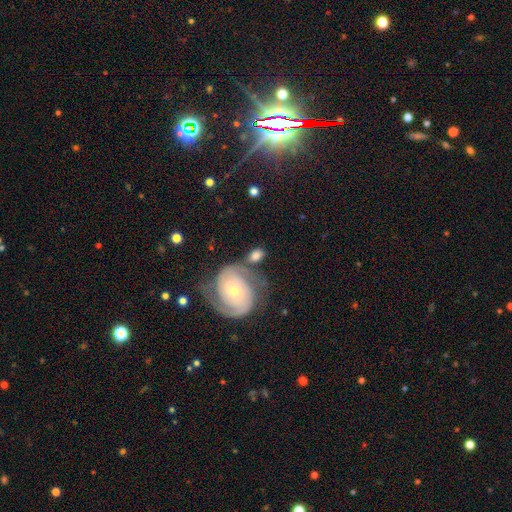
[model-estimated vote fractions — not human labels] Smooth or featured? featured or disk (51%)
Edge-on disk? no (95%)
Merging? none (55%)